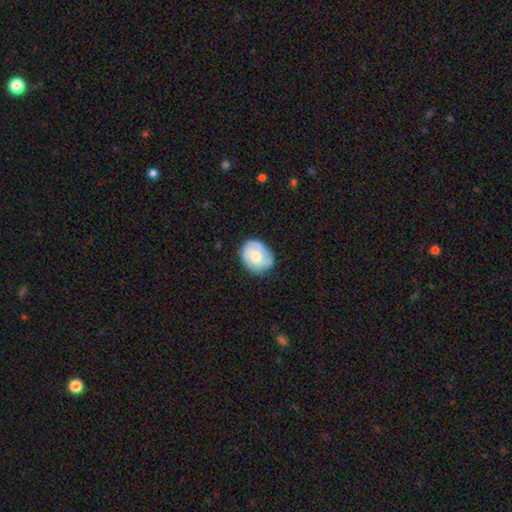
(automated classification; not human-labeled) Smooth or featured? Predicted: featured or disk (p=0.49). Merging? Predicted: none (p=0.73).